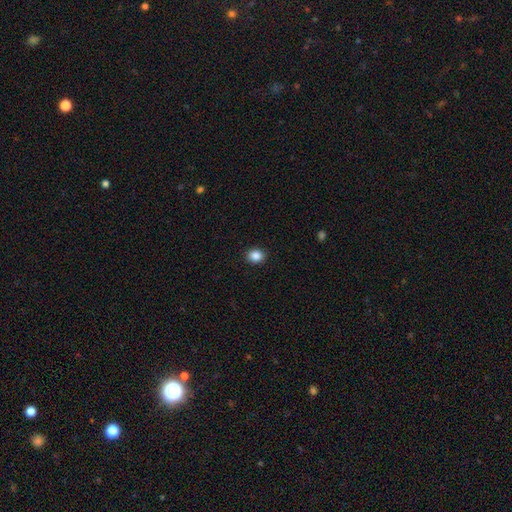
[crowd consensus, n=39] A smooth galaxy with no disk features (85%) that is round (82%).

Vote fractions:
- Smooth or featured? smooth: 85% / featured or disk: 8% / star or artifact: 8%
- How rounded? round: 82% / in between: 18% / cigar-shaped: 0%
- Merging? none: 89% / minor disturbance: 6% / major disturbance: 6% / merger: 0%